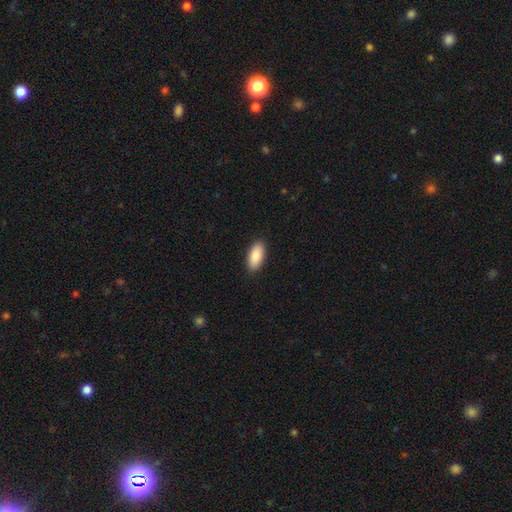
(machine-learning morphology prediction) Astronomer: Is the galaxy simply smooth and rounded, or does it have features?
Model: smooth — 88%.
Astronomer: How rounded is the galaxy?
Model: in between — 91%.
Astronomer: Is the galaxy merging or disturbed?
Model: none — 90%.